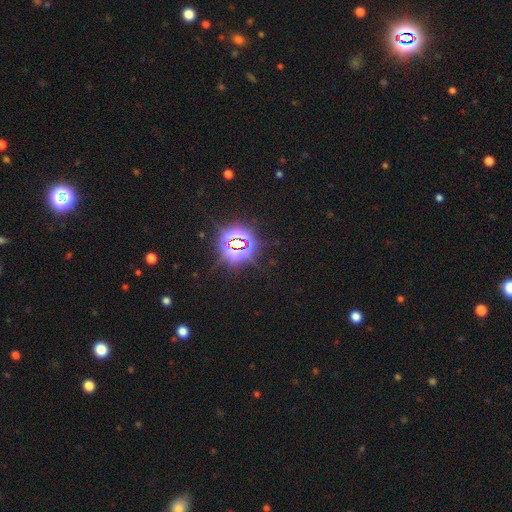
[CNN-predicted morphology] This is clearly a star or artifact rather than a galaxy (82%).